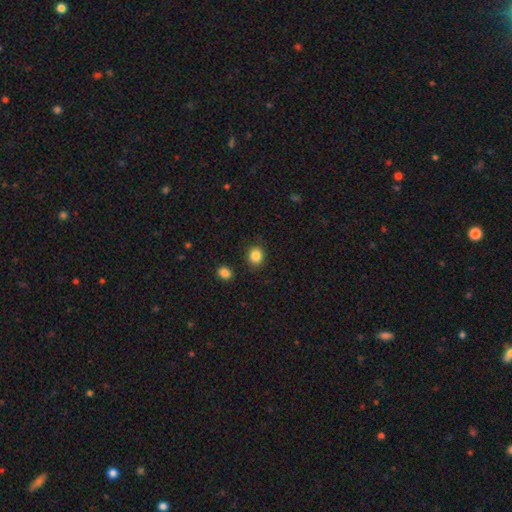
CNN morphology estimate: type=smooth (85%); roundness=round (71%); merging=none (86%).